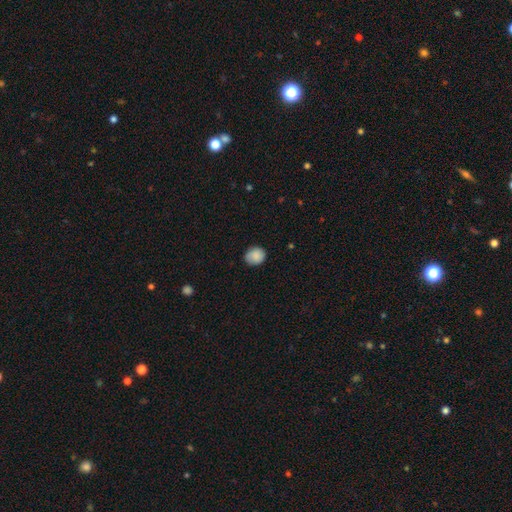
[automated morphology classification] The model was most divided on "how rounded": round: 71%, in between: 28%, cigar-shaped: 1%. More confident: smooth or featured — smooth (85%); merging — none (77%).